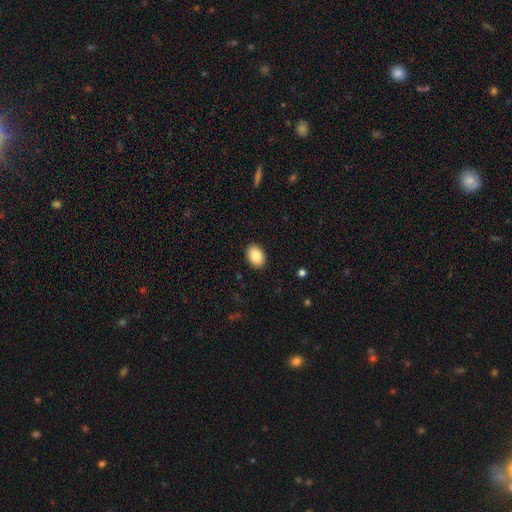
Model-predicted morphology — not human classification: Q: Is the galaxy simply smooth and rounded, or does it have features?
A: smooth — 86%.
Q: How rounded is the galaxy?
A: in between — 85%.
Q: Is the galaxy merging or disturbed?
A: none — 90%.